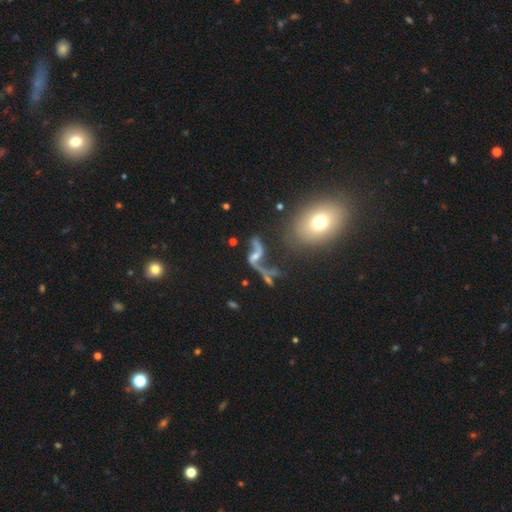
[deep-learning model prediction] Overall: featured or disk (80%). Edge-on disk: no (94%). Bar: no (46%; weak 36%). Spiral arms: yes (90%). Spiral arm count: 2 (89%). Spiral winding: loose (89%). Bulge size: small (50%; moderate 25%). Merging: none (46%; major disturbance 20%).